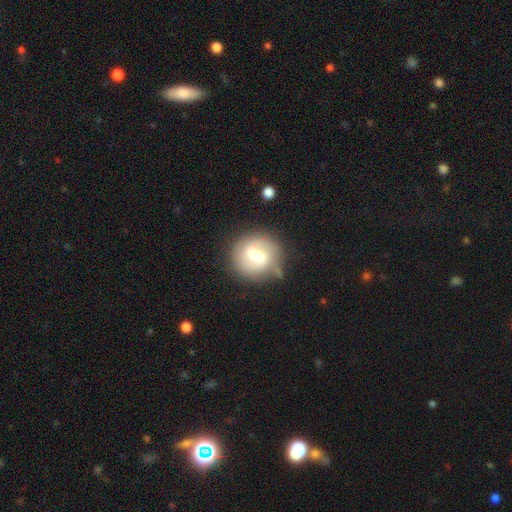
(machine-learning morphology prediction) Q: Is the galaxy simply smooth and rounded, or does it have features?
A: featured or disk — 66%.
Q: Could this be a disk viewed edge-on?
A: no — 97%.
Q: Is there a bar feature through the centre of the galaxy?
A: weak — 58%.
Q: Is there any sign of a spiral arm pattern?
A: yes — 86%.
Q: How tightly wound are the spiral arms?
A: medium — 44%.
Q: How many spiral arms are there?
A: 2 — 77%.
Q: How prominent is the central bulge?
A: moderate — 56%.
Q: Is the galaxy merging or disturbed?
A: none — 65%.